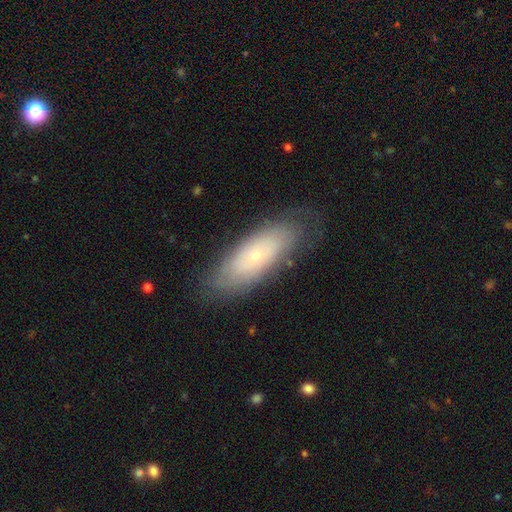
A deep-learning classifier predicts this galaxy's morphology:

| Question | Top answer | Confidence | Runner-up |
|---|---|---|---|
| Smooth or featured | featured or disk | 46% | smooth (45%) |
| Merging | none | 76% | minor disturbance (17%) |